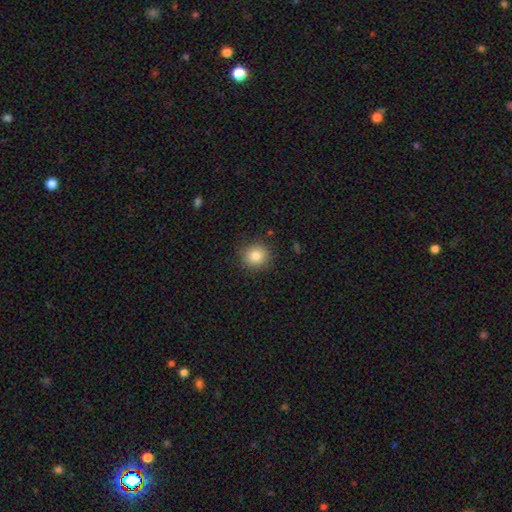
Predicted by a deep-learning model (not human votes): Overall: smooth (83%). How rounded: round (88%). Merging: none (87%).